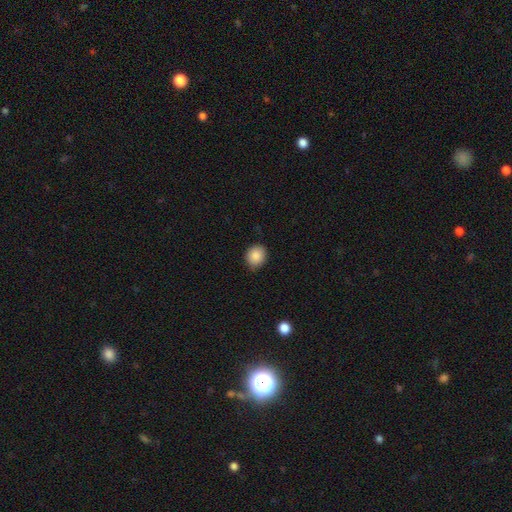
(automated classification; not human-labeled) Smooth or featured? Predicted: smooth (p=0.87). How rounded? Predicted: round (p=0.72). Merging? Predicted: none (p=0.84).